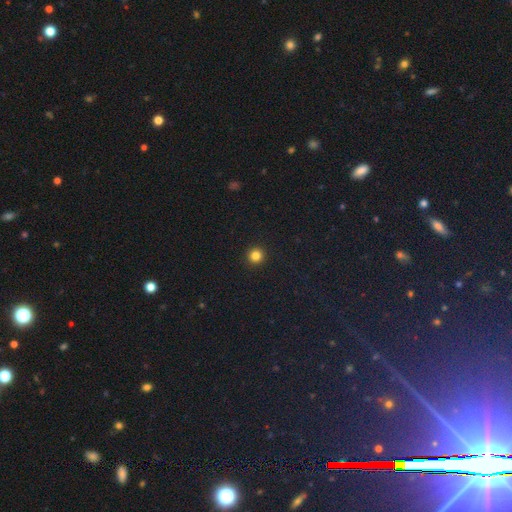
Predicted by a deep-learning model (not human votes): smooth_or_featured: smooth (p=0.83) [alt: star or artifact p=0.13]
how_rounded: round (p=0.96) [alt: in between p=0.04]
merging: none (p=0.94) [alt: minor disturbance p=0.04]